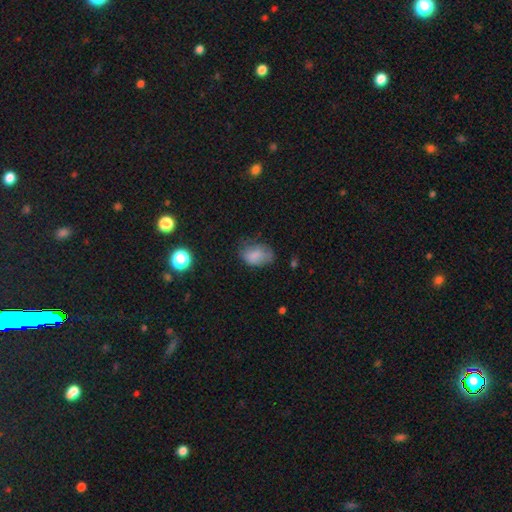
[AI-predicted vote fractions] Smooth or featured? smooth (77%)
How rounded? in between (83%)
Merging? none (50%)